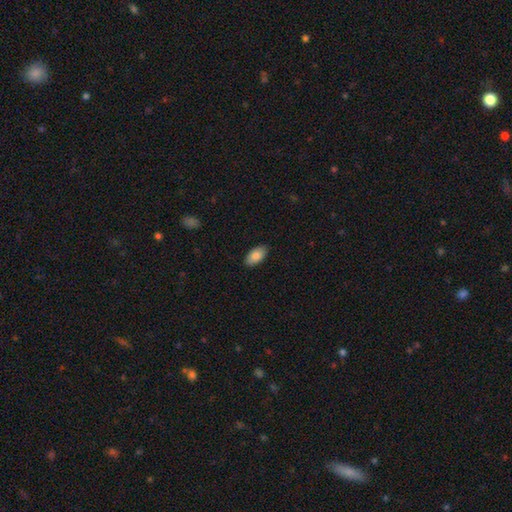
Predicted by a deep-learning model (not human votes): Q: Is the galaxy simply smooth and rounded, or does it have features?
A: smooth — 84%.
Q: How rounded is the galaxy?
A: in between — 95%.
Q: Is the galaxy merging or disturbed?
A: none — 88%.